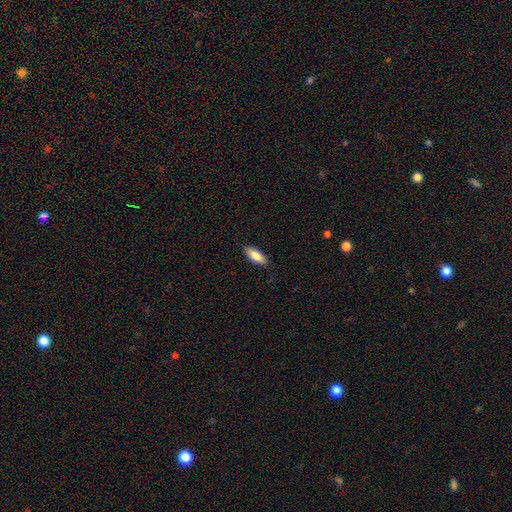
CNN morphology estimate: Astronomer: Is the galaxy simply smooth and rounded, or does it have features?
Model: smooth — 80%.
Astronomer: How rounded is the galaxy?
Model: in between — 76%.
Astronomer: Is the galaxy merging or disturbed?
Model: none — 88%.